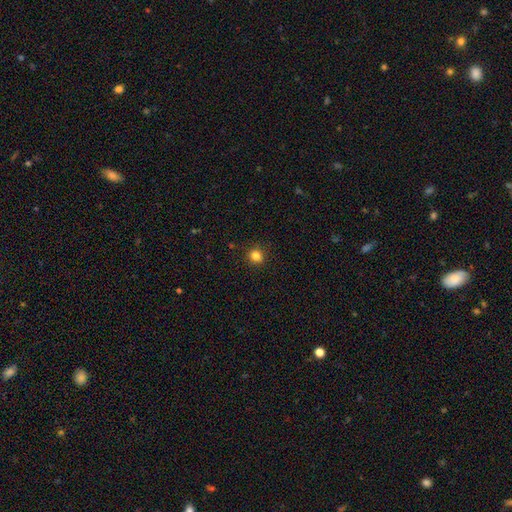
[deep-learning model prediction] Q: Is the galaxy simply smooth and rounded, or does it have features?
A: smooth — 83%.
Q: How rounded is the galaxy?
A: round — 87%.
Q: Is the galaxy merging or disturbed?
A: none — 91%.